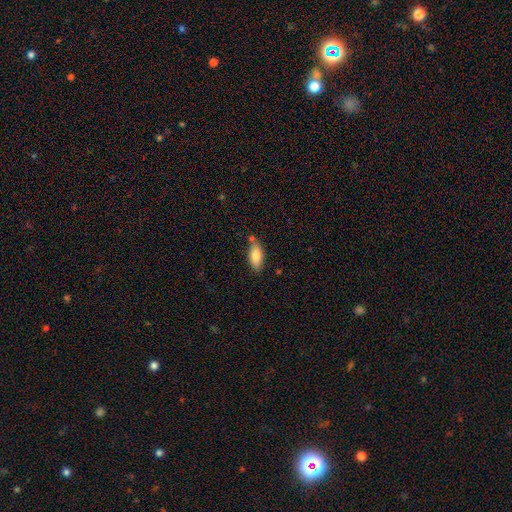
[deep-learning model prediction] Smooth or featured? Predicted: smooth (p=0.82). How rounded? Predicted: in between (p=0.88). Merging? Predicted: none (p=0.69).